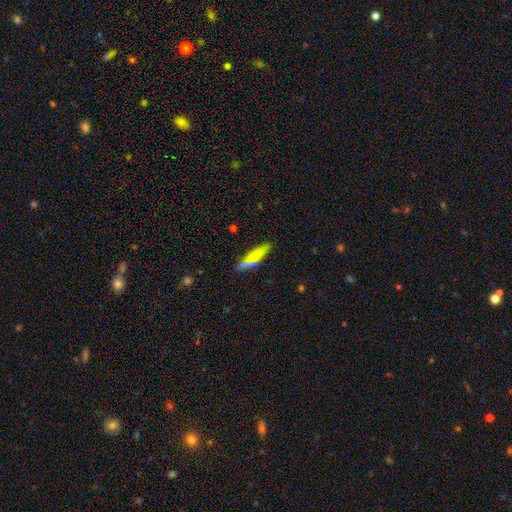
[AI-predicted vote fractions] Smooth or featured: smooth — 76% (featured or disk — 13%)
How rounded: cigar-shaped — 68% (in between — 29%)
Merging: none — 83% (minor disturbance — 11%)